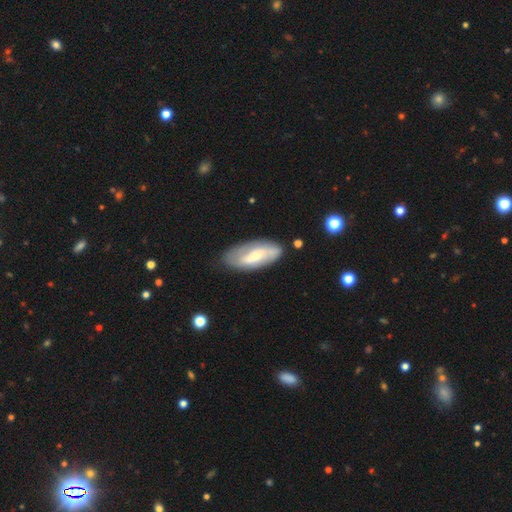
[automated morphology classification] Q: Smooth or featured?
A: featured or disk (58%); runner-up: smooth (37%)
Q: Edge-on disk?
A: no (89%); runner-up: yes (11%)
Q: Bar?
A: weak (40%); runner-up: no (38%)
Q: Spiral arms?
A: yes (74%); runner-up: no (26%)
Q: Bulge size?
A: small (52%); runner-up: moderate (40%)
Q: Merging?
A: none (73%); runner-up: minor disturbance (19%)